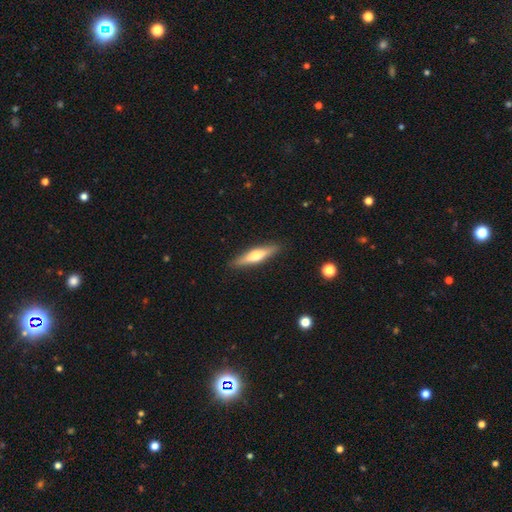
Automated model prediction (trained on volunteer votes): smooth-or-featured: featured or disk: 48% | smooth: 47% | star or artifact: 6%
  merging: none: 89% | minor disturbance: 8% | major disturbance: 2% | merger: 1%